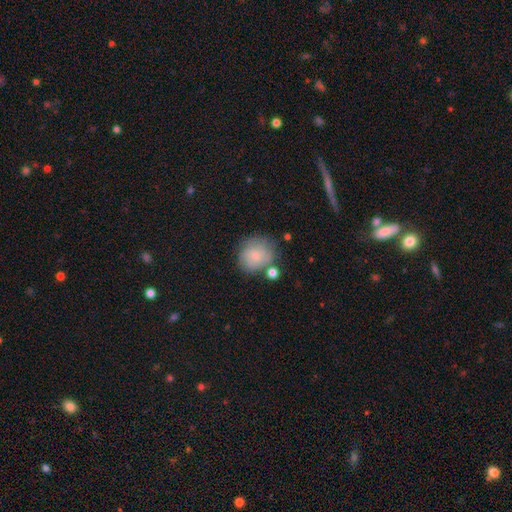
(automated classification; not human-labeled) This appears to be a smooth galaxy with no disk features (70%) that is round (81%). Merging: none (62%).